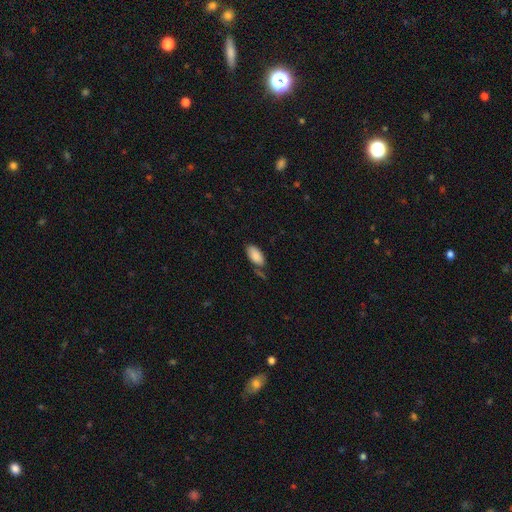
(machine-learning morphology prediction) Smooth or featured?
  - smooth: 86% *
  - featured or disk: 7%
  - star or artifact: 7%
How rounded?
  - in between: 94% *
  - cigar-shaped: 4%
  - round: 2%
Merging?
  - none: 61% *
  - minor disturbance: 24%
  - merger: 8%
  - major disturbance: 7%